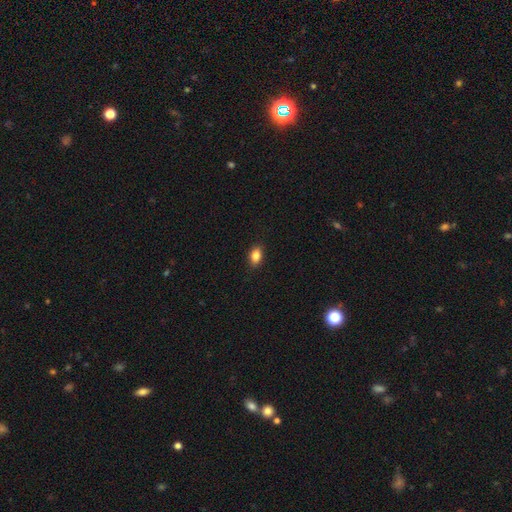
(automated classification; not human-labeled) Smooth or featured?
  - smooth: 85% *
  - star or artifact: 9%
  - featured or disk: 6%
How rounded?
  - in between: 84% *
  - round: 13%
  - cigar-shaped: 3%
Merging?
  - none: 88% *
  - minor disturbance: 9%
  - major disturbance: 2%
  - merger: 1%